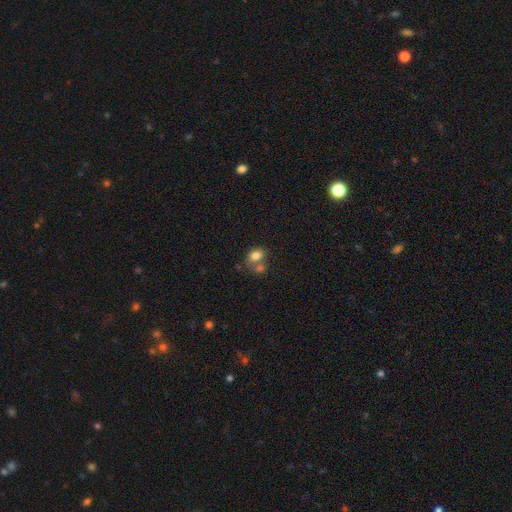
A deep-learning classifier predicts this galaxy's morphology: Smooth or featured? Predicted: smooth (p=0.79). How rounded? Predicted: in between (p=0.67). Merging? Predicted: merger (p=0.44).